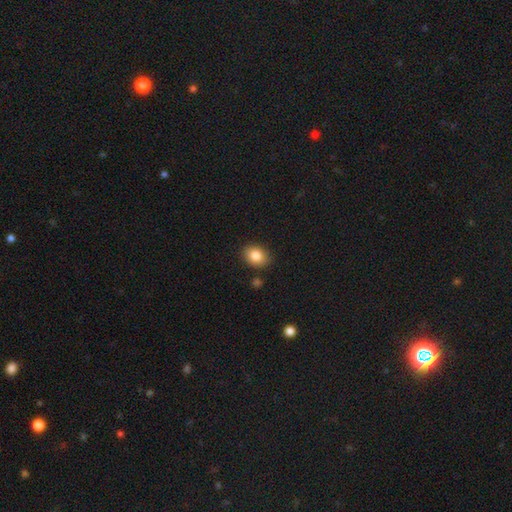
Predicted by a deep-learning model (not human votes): This is clearly a smooth galaxy (84%). How rounded: likely in between (61%). Merging: clearly none (86%).